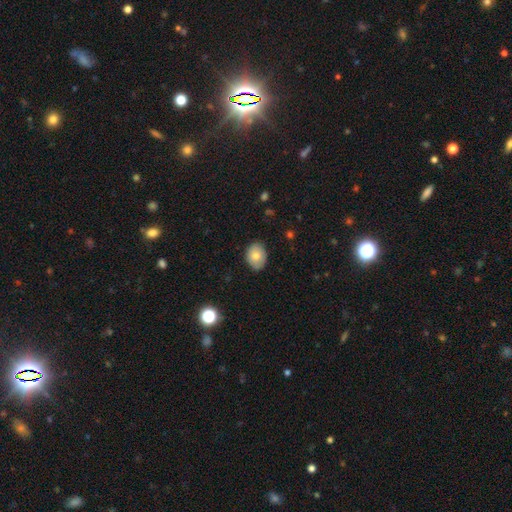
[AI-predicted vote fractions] smooth-or-featured: smooth: 78% | featured or disk: 13% | star or artifact: 8%
  how-rounded: in between: 68% | round: 31% | cigar-shaped: 1%
  merging: none: 83% | minor disturbance: 14% | major disturbance: 2% | merger: 1%